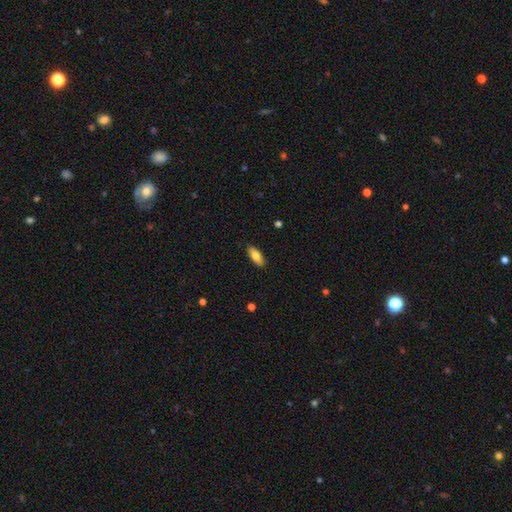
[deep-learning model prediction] The model was most divided on "how rounded": in between: 78%, cigar-shaped: 20%, round: 2%. More confident: merging — none (88%); smooth or featured — smooth (79%).